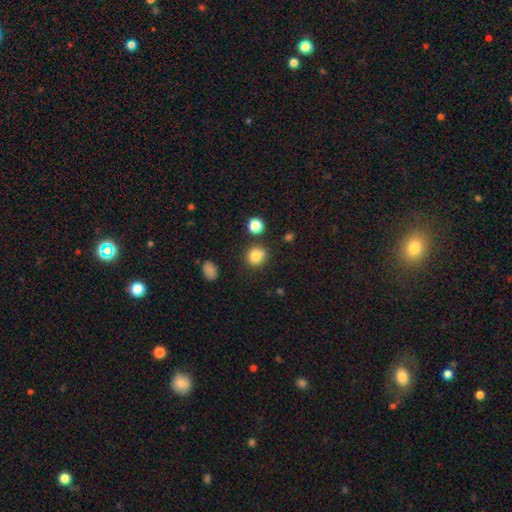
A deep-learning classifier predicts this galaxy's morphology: Smooth or featured?
  - smooth: 82% *
  - star or artifact: 12%
  - featured or disk: 6%
How rounded?
  - round: 87% *
  - in between: 12%
  - cigar-shaped: 1%
Merging?
  - none: 76% *
  - minor disturbance: 11%
  - merger: 9%
  - major disturbance: 3%